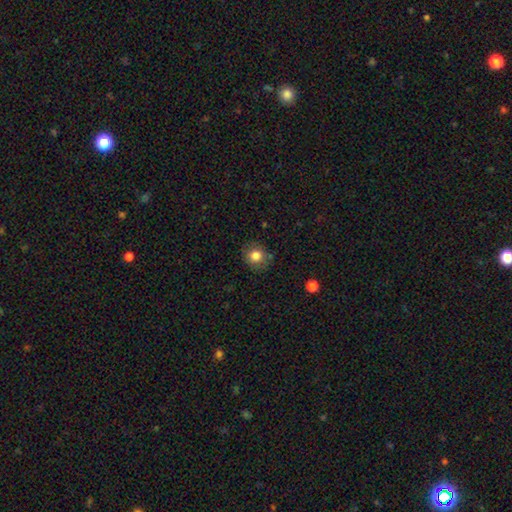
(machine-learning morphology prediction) A smooth galaxy with no disk features (82%) that is round (85%). Merging: none (84%).